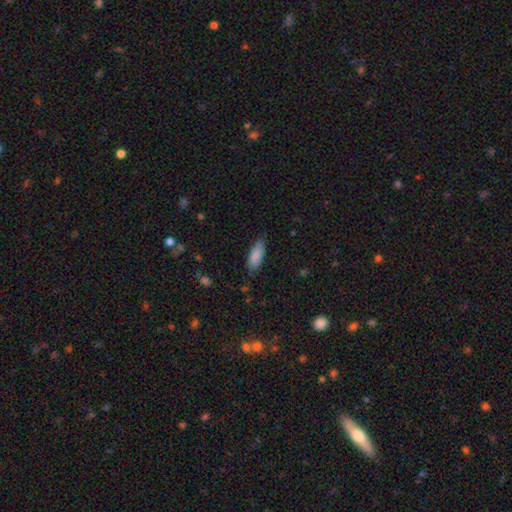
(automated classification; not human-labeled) Overall: smooth (85%). How rounded: in between (72%). Merging: none (73%).